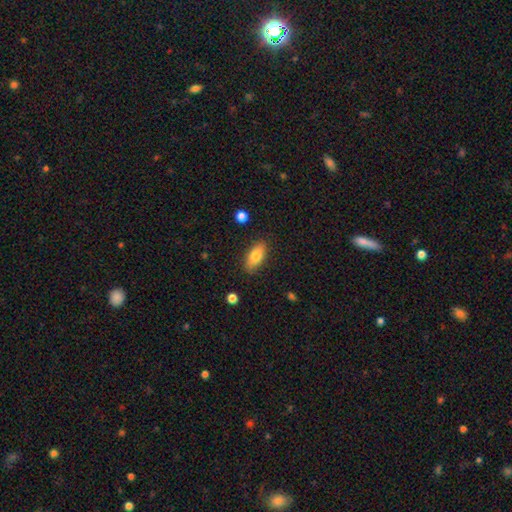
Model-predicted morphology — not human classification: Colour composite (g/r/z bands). It shows a smooth galaxy with no disk features (79%) that is in between round and cigar-shaped (84%). Merging: none (84%).